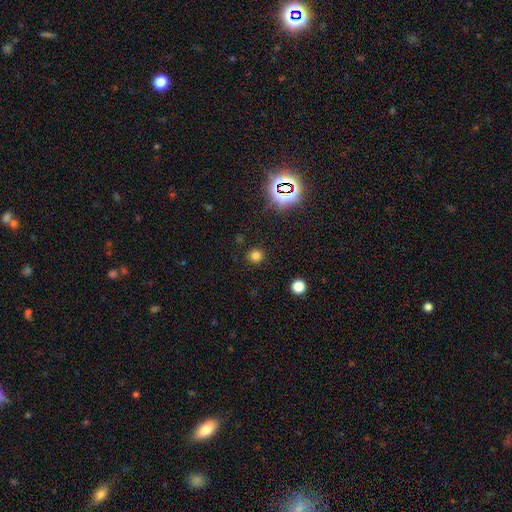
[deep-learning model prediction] Smooth or featured? smooth (75%)
How rounded? round (93%)
Merging? none (90%)